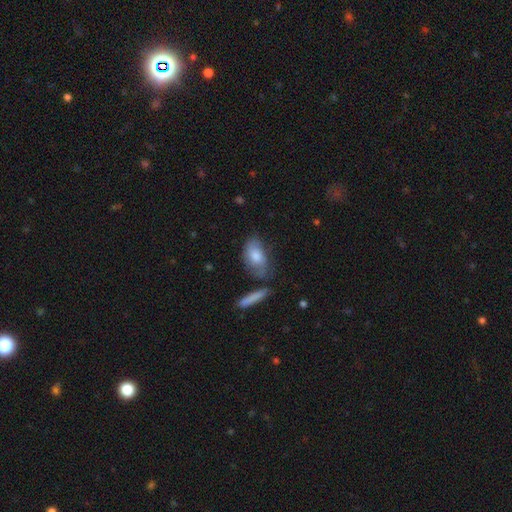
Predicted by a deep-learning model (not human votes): Overall: smooth (69%). How rounded: in between (87%). Merging: none (53%; minor disturbance 25%).